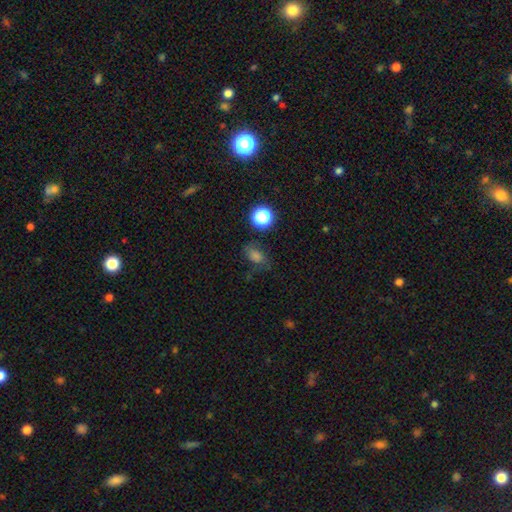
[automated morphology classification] This appears to be a smooth galaxy with no disk features (64%) that is in between round and cigar-shaped (70%). Merging: none (64%).